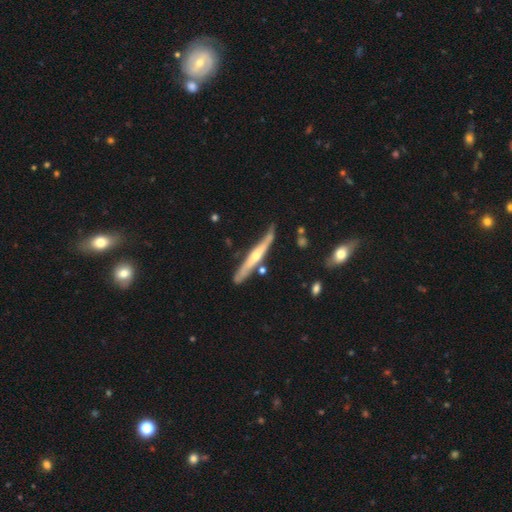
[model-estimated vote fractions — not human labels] A featured or disk galaxy (73%) viewed edge-on (94%) with a rounded central bulge (79%).

Vote fractions:
- Smooth or featured? featured or disk: 73% / smooth: 22% / star or artifact: 6%
- Edge-on disk? yes: 94% / no: 6%
- Edge-on bulge? rounded: 79% / none: 16% / boxy: 5%
- Merging? none: 74% / minor disturbance: 18% / merger: 4% / major disturbance: 3%